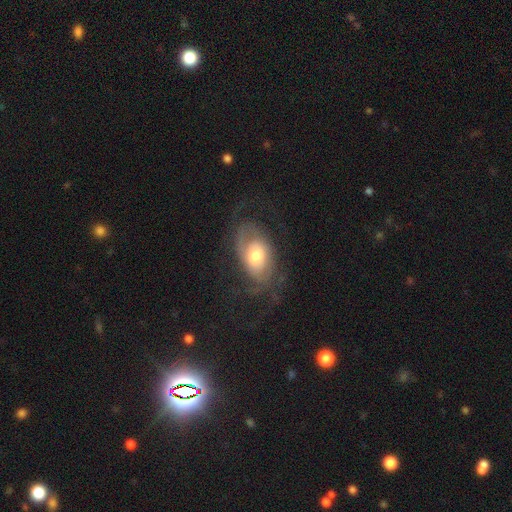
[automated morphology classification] This appears to be a featured or disk galaxy (59%) with no bar (78%), spiral arms (73%) and a moderate central bulge (65%). Merging: none (54%).